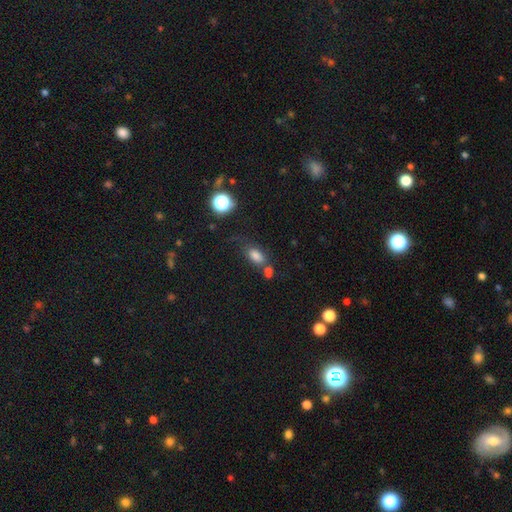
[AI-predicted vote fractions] Morphology: type=smooth (79%); roundness=in between (84%); merging=none (48%).